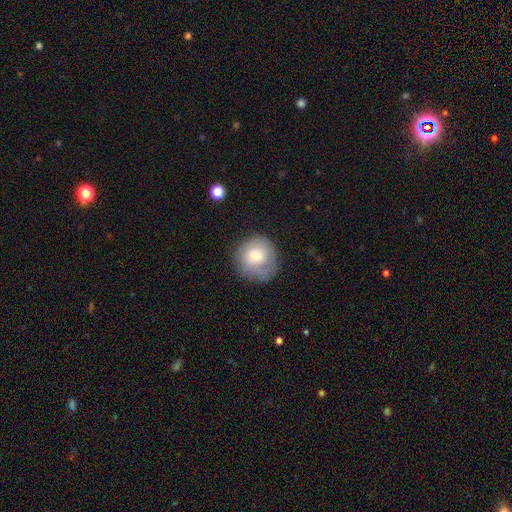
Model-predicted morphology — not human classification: Smooth or featured? smooth (68%)
How rounded? round (87%)
Merging? none (70%)